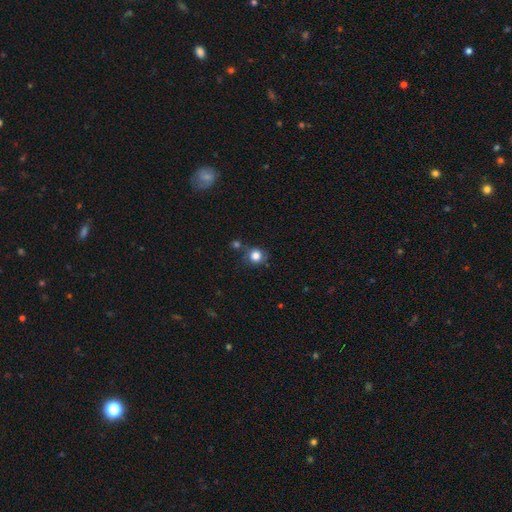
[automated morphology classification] The model was most divided on "merging": none: 72%, minor disturbance: 14%, merger: 9%, major disturbance: 5%. More confident: how rounded — round (87%); smooth or featured — smooth (82%).